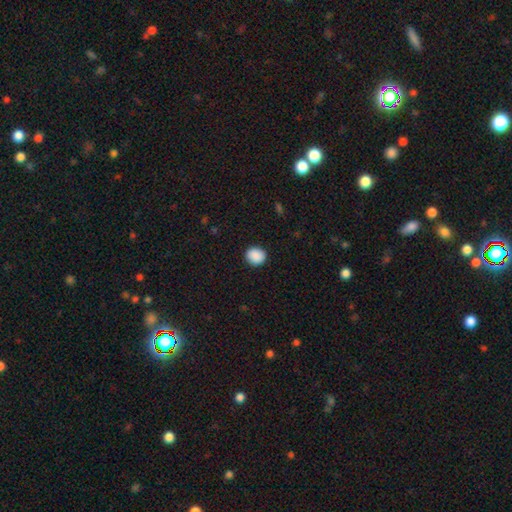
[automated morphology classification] Overall: smooth (90%). How rounded: round (84%). Merging: none (91%).